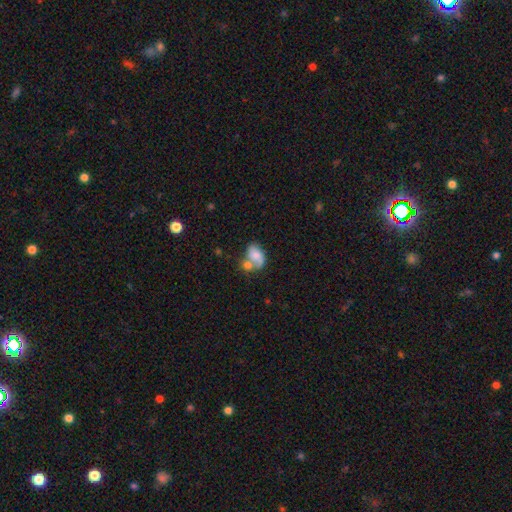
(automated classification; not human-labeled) A smooth galaxy with no disk features (55%) that is in between round and cigar-shaped (80%). Merging: merger (48%).